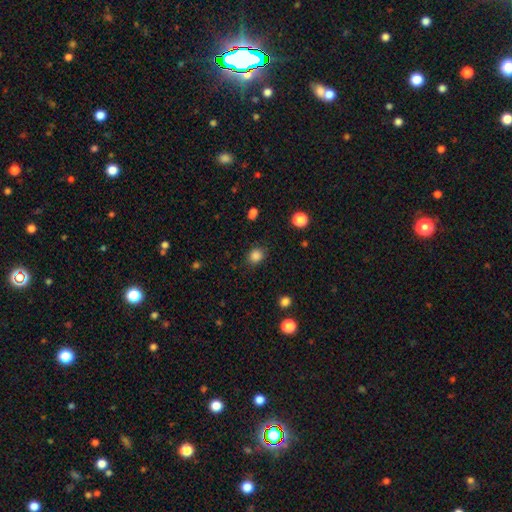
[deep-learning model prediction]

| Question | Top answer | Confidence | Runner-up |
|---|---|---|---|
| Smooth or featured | smooth | 85% | star or artifact (11%) |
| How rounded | round | 68% | in between (31%) |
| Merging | none | 84% | minor disturbance (11%) |